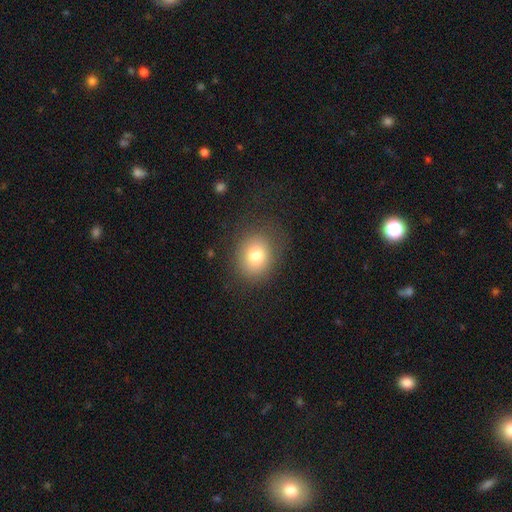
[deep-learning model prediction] smooth_or_featured: smooth (p=0.77) [alt: star or artifact p=0.12]
how_rounded: round (p=0.66) [alt: in between p=0.34]
merging: none (p=0.79) [alt: minor disturbance p=0.13]